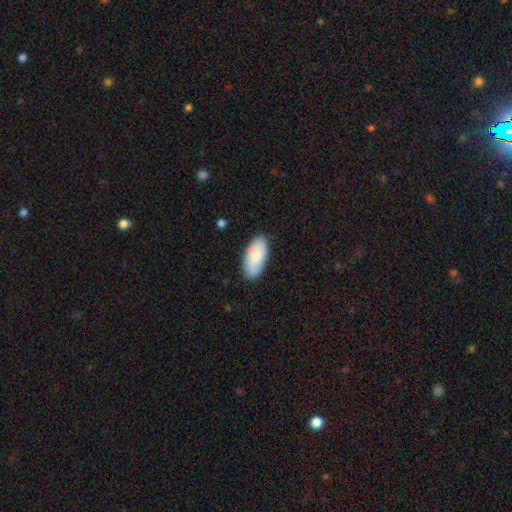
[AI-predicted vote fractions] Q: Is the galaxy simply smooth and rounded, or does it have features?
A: smooth — 83%.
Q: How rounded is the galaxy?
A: in between — 94%.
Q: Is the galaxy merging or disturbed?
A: none — 83%.